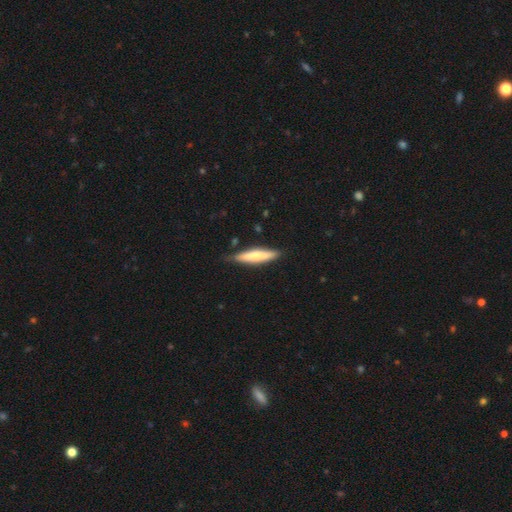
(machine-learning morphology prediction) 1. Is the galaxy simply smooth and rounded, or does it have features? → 64% smooth, 30% featured or disk, 5% star or artifact.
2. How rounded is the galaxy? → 85% cigar-shaped, 14% in between, 1% round.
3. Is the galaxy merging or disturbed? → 80% none, 16% minor disturbance, 3% major disturbance, 2% merger.